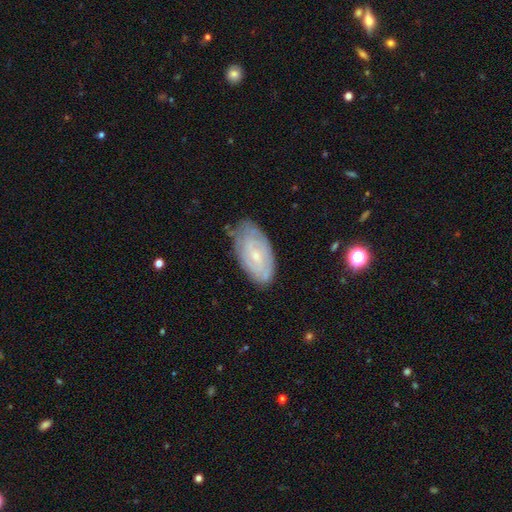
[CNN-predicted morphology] smooth_or_featured: featured or disk (p=0.62) [alt: smooth p=0.30]
disk_edge_on: no (p=0.92) [alt: yes p=0.08]
bar: no (p=0.60) [alt: weak p=0.33]
has_spiral_arms: yes (p=0.76) [alt: no p=0.24]
bulge_size: small (p=0.73) [alt: moderate p=0.22]
merging: none (p=0.72) [alt: minor disturbance p=0.22]